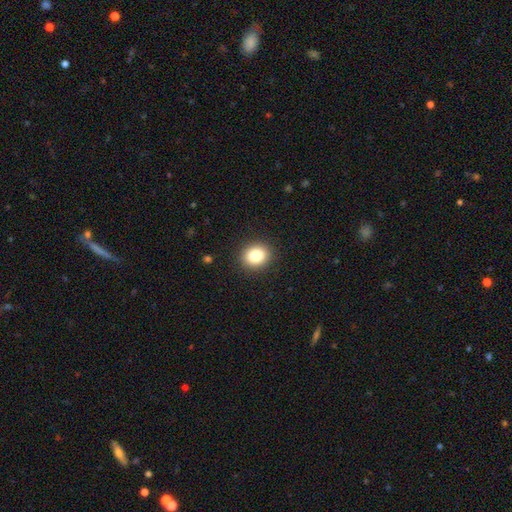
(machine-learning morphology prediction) Smooth or featured? Predicted: smooth (p=0.83). How rounded? Predicted: round (p=0.69). Merging? Predicted: none (p=0.91).